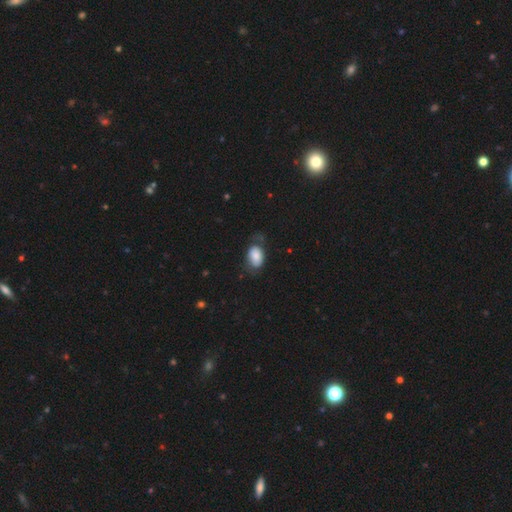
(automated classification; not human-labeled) This appears to be a smooth galaxy with no disk features (77%) that is in between round and cigar-shaped (87%). Merging: none (54%).